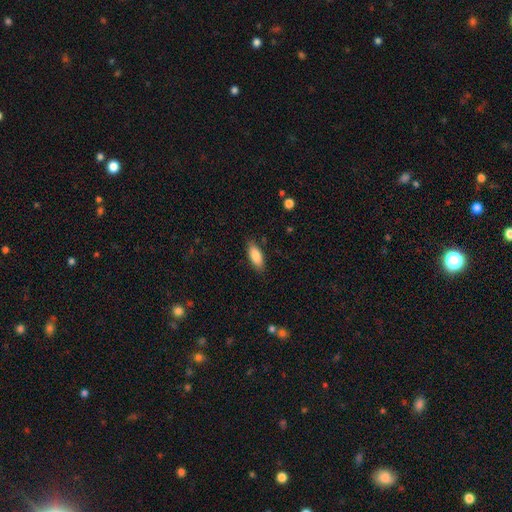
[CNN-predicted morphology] Smooth or featured? smooth (86%)
How rounded? in between (78%)
Merging? none (85%)